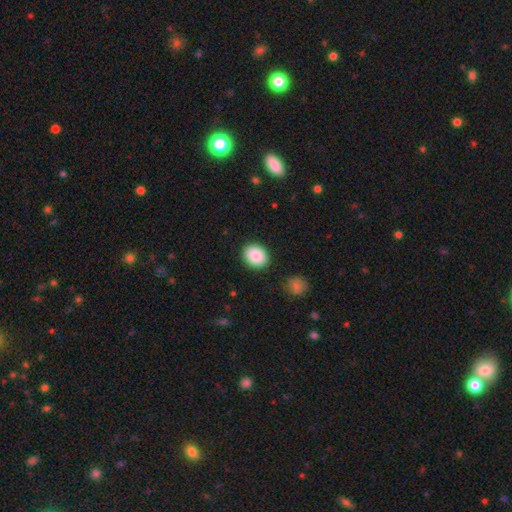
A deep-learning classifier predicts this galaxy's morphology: Overall: smooth (88%). How rounded: round (58%; in between 41%). Merging: none (89%).